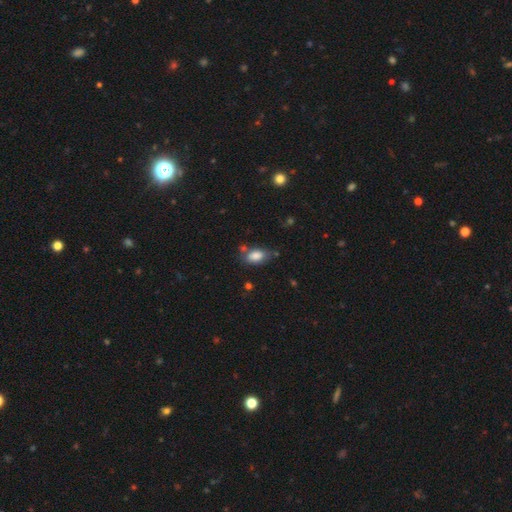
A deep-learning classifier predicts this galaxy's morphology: Smooth or featured? smooth (83%)
How rounded? in between (90%)
Merging? none (62%)